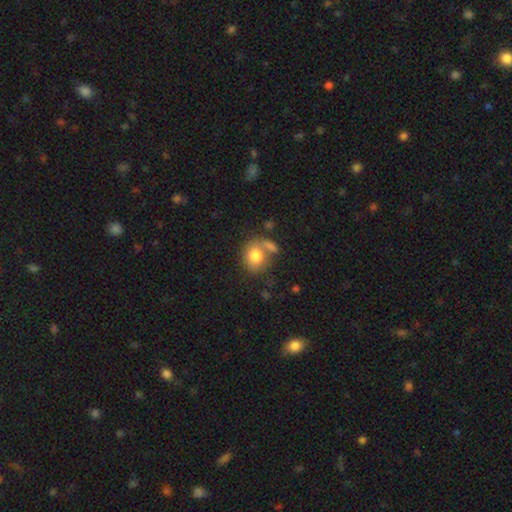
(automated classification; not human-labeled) smooth 80%, featured or disk 12%, star or artifact 8%. Down the decision tree: how rounded — round (59%); merging — none (48%).